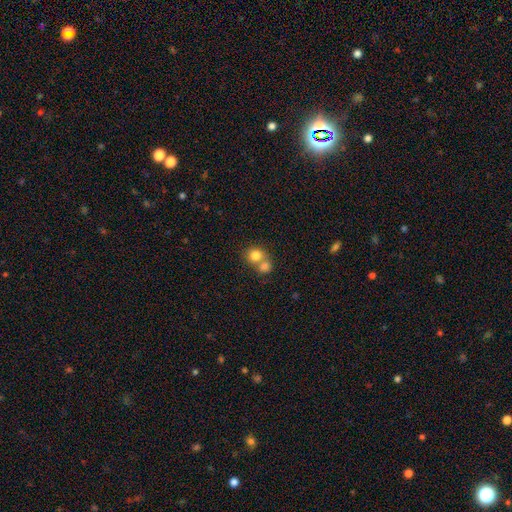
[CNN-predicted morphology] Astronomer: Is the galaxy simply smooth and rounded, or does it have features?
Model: smooth — 80%.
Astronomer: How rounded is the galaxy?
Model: round — 81%.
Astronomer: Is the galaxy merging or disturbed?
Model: merger — 53% (runner-up: none, 39%).